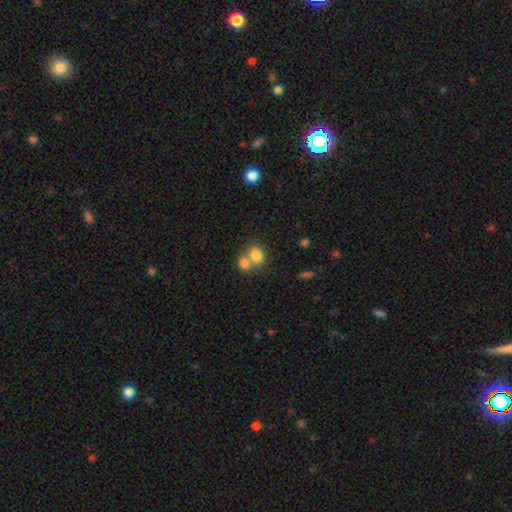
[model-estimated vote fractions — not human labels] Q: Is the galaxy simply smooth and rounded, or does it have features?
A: smooth — 81%.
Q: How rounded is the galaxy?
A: in between — 50%.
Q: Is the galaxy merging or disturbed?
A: merger — 55%.